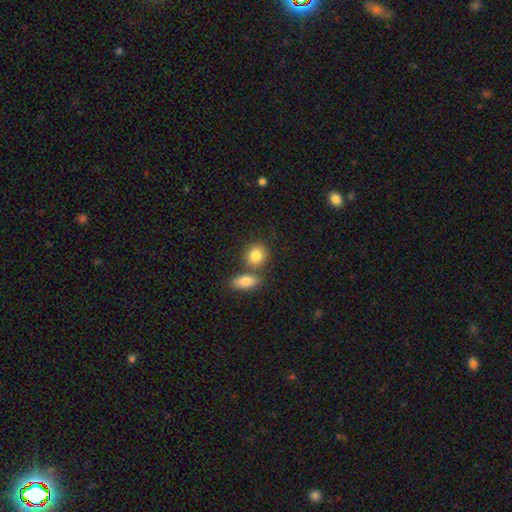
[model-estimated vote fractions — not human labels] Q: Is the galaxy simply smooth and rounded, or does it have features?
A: smooth — 84%.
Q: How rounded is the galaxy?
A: round — 65%.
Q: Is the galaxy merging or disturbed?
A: none — 61%.